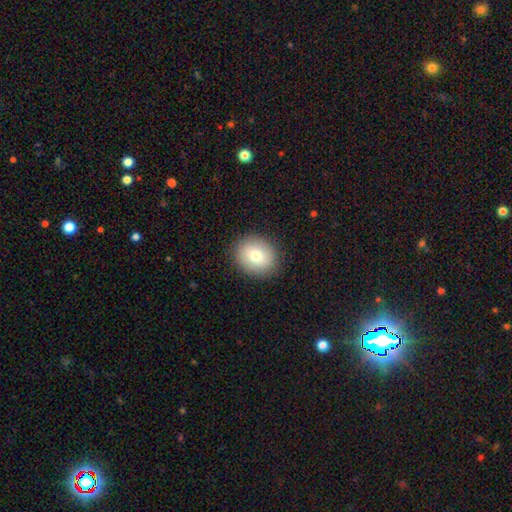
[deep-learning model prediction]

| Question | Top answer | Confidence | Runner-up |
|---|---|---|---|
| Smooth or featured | smooth | 79% | featured or disk (13%) |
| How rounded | round | 65% | in between (34%) |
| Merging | none | 89% | minor disturbance (7%) |